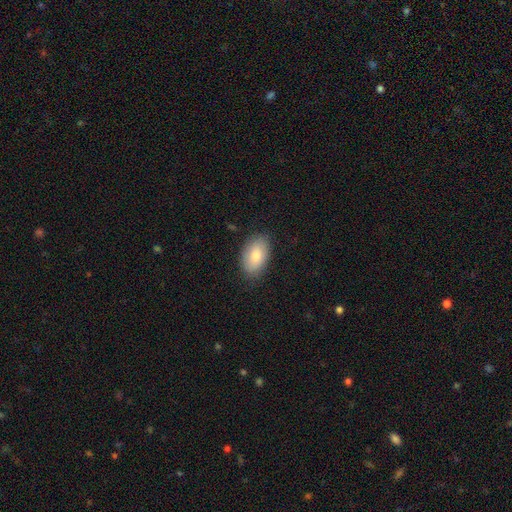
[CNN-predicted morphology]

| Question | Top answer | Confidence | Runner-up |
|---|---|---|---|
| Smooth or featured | smooth | 81% | featured or disk (13%) |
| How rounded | in between | 93% | round (6%) |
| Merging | none | 83% | minor disturbance (13%) |